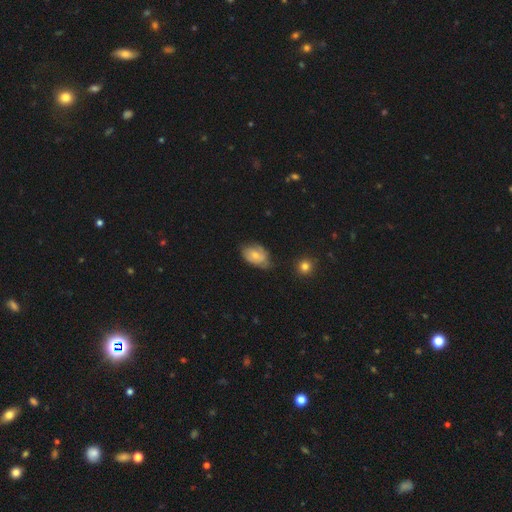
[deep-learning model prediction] smooth_or_featured: smooth (p=0.54) [alt: featured or disk p=0.38]
how_rounded: in between (p=0.85) [alt: round p=0.14]
merging: none (p=0.46) [alt: minor disturbance p=0.40]